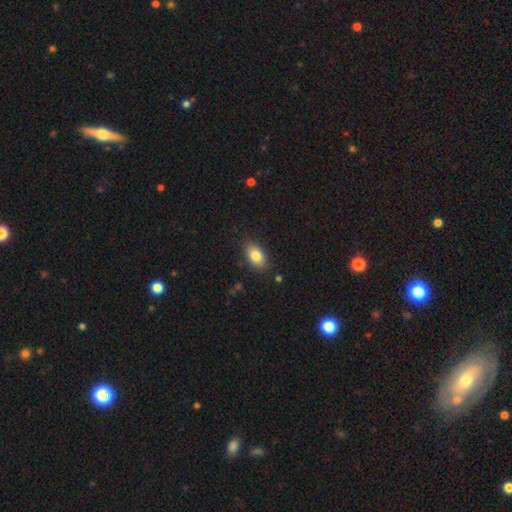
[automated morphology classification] Smooth or featured? Predicted: smooth (p=0.83). How rounded? Predicted: in between (p=0.89). Merging? Predicted: none (p=0.85).